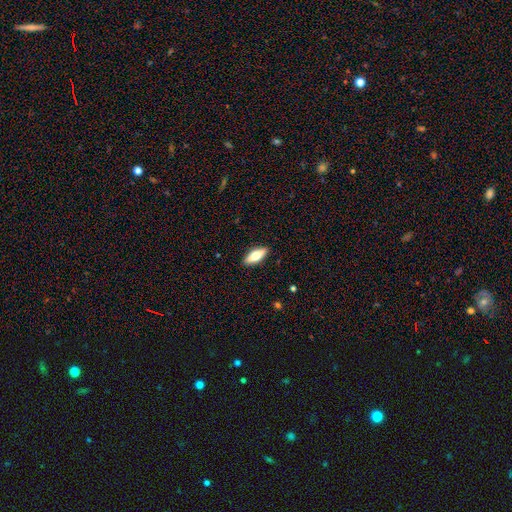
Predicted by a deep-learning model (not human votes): Smooth or featured?
  - smooth: 60% *
  - featured or disk: 34%
  - star or artifact: 6%
How rounded?
  - in between: 65% *
  - cigar-shaped: 33%
  - round: 3%
Merging?
  - none: 90% *
  - minor disturbance: 7%
  - major disturbance: 2%
  - merger: 1%